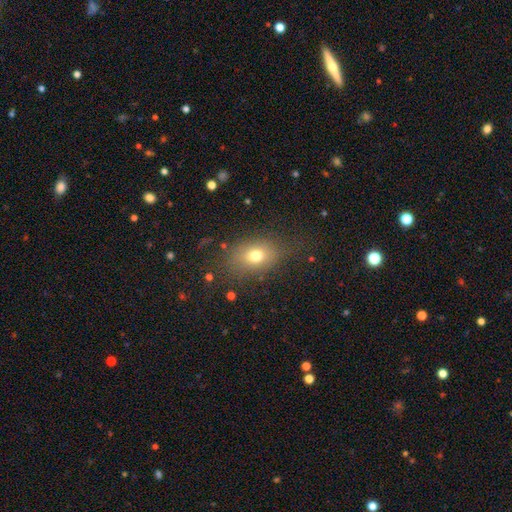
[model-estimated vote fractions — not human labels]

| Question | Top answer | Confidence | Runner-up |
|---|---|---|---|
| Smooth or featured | smooth | 73% | star or artifact (14%) |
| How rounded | in between | 68% | round (30%) |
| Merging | none | 73% | minor disturbance (16%) |